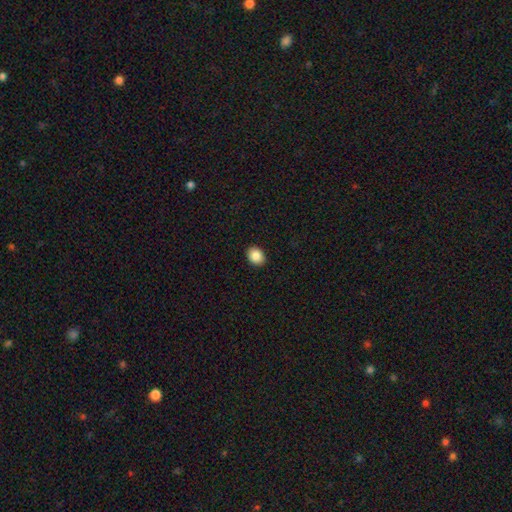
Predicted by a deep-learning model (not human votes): A smooth galaxy with no disk features (86%) that is in between round and cigar-shaped (54%). Merging: none (91%).